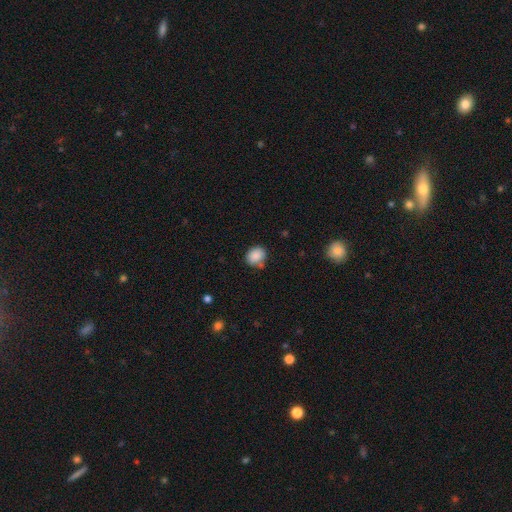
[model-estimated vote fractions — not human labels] smooth_or_featured: smooth (p=0.87) [alt: star or artifact p=0.09]
how_rounded: round (p=0.62) [alt: in between p=0.37]
merging: none (p=0.67) [alt: minor disturbance p=0.22]